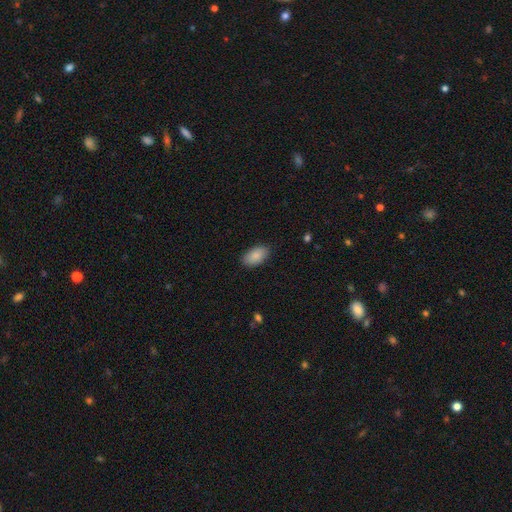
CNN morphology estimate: smooth_or_featured: smooth (p=0.88) [alt: star or artifact p=0.07]
how_rounded: in between (p=0.94) [alt: round p=0.04]
merging: none (p=0.85) [alt: minor disturbance p=0.11]